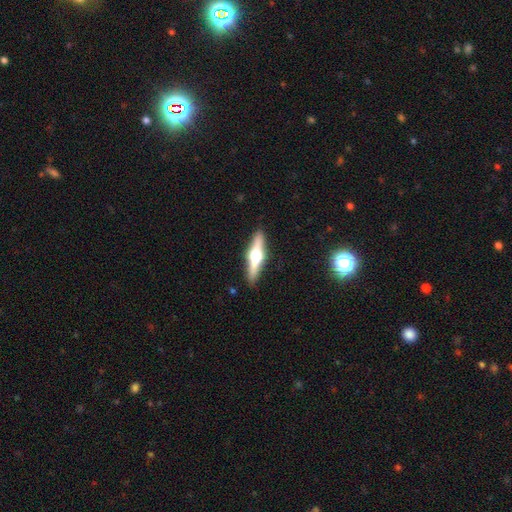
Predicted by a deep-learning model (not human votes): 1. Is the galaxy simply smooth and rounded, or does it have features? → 69% featured or disk, 26% smooth, 5% star or artifact.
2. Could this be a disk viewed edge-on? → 97% yes, 3% no.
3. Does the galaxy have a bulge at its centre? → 96% rounded, 3% boxy, 1% none.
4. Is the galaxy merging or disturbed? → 91% none, 7% minor disturbance, 2% major disturbance, 1% merger.